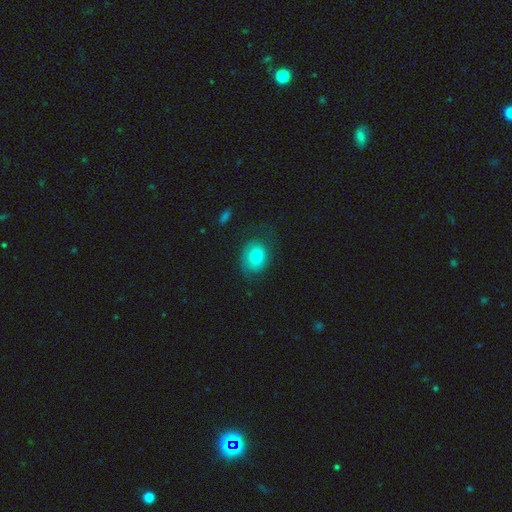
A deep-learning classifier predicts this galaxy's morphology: Smooth or featured?
  - smooth: 67% *
  - featured or disk: 25%
  - star or artifact: 8%
How rounded?
  - in between: 54% *
  - round: 45%
  - cigar-shaped: 1%
Merging?
  - none: 60% *
  - minor disturbance: 25%
  - major disturbance: 14%
  - merger: 1%